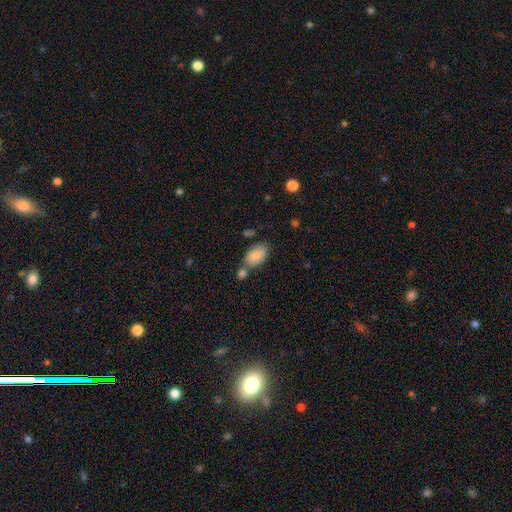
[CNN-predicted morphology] smooth 86%, featured or disk 7%, star or artifact 7%. Down the decision tree: how rounded — in between (93%); merging — none (60%).